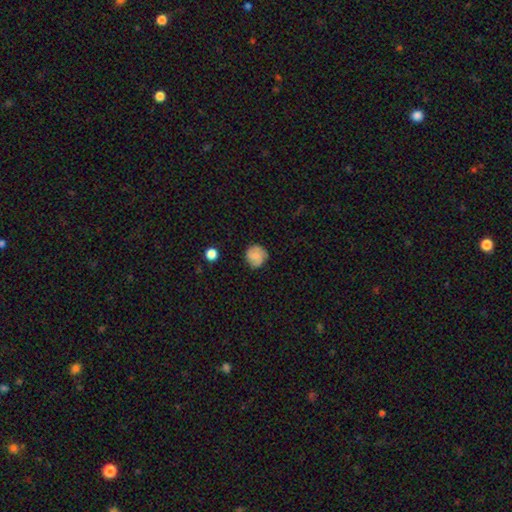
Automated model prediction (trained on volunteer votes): smooth_or_featured: smooth (p=0.66) [alt: featured or disk p=0.25]
how_rounded: round (p=0.89) [alt: in between p=0.10]
merging: none (p=0.76) [alt: minor disturbance p=0.18]